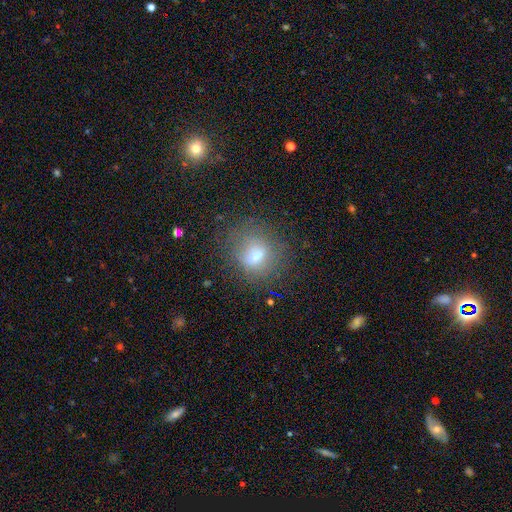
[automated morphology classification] Smooth or featured?
  - smooth: 63% *
  - featured or disk: 21%
  - star or artifact: 16%
How rounded?
  - round: 72% *
  - in between: 26%
  - cigar-shaped: 1%
Merging?
  - none: 66% *
  - minor disturbance: 19%
  - major disturbance: 13%
  - merger: 3%